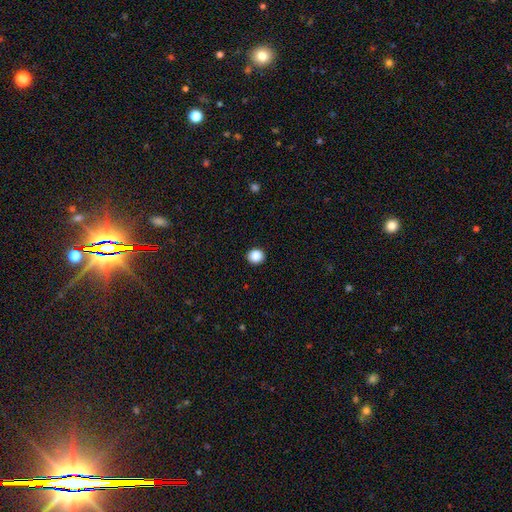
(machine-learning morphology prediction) Overall: smooth (87%). How rounded: round (89%). Merging: none (93%).